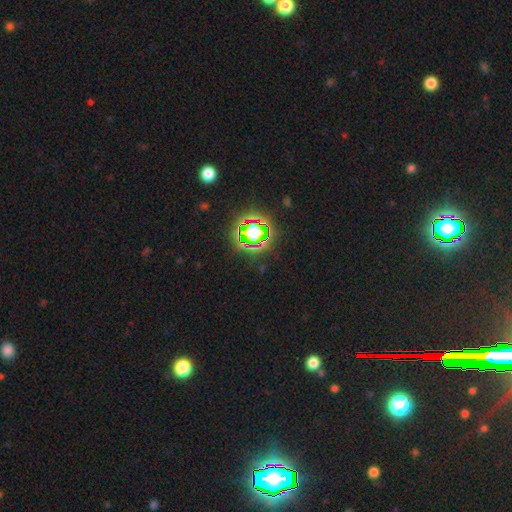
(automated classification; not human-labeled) Smooth or featured? Predicted: star or artifact (p=0.81).